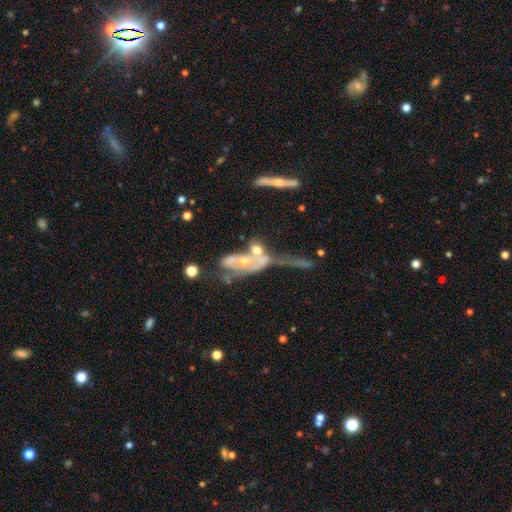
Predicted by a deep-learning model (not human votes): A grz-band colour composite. It shows a featured or disk galaxy (64%) with no bar (82%), no spiral arms (68%) and a moderate central bulge (47%). Merging: merger (54%).